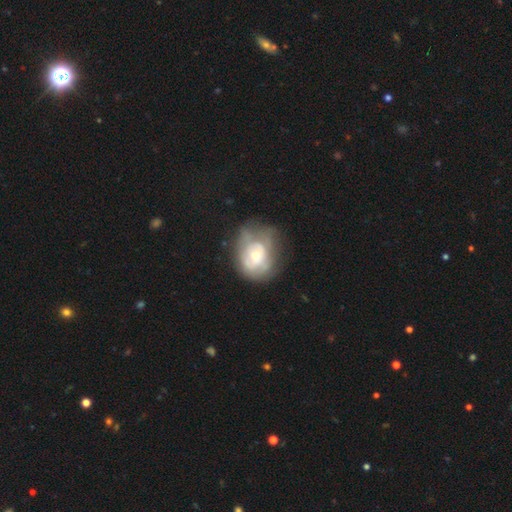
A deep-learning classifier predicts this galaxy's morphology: Smooth or featured? featured or disk (56%)
Edge-on disk? no (96%)
Bar? no (80%)
Spiral arms? no (58%)
Bulge size? moderate (59%)
Merging? none (34%)